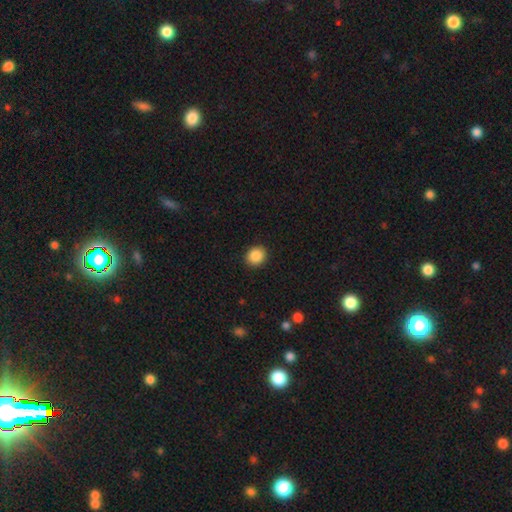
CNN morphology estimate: Q: Smooth or featured?
A: smooth (88%); runner-up: star or artifact (9%)
Q: How rounded?
A: round (80%); runner-up: in between (19%)
Q: Merging?
A: none (92%); runner-up: minor disturbance (5%)